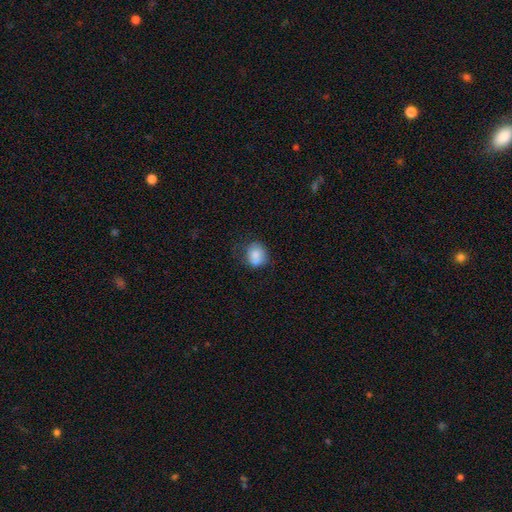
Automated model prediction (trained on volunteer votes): smooth_or_featured: smooth (p=0.82) [alt: featured or disk p=0.09]
how_rounded: round (p=0.68) [alt: in between p=0.31]
merging: none (p=0.61) [alt: minor disturbance p=0.26]